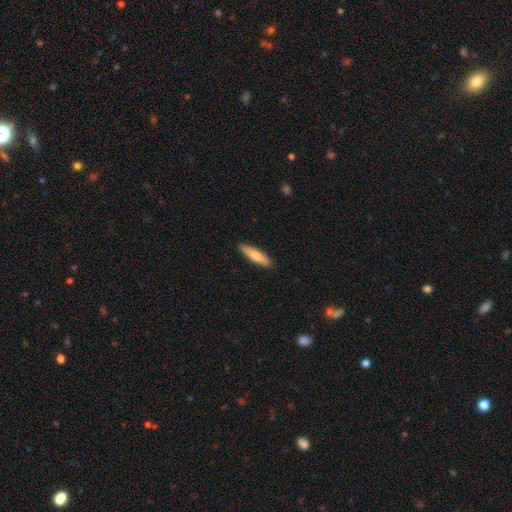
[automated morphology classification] type=smooth (71%); roundness=cigar-shaped (73%); merging=none (90%).